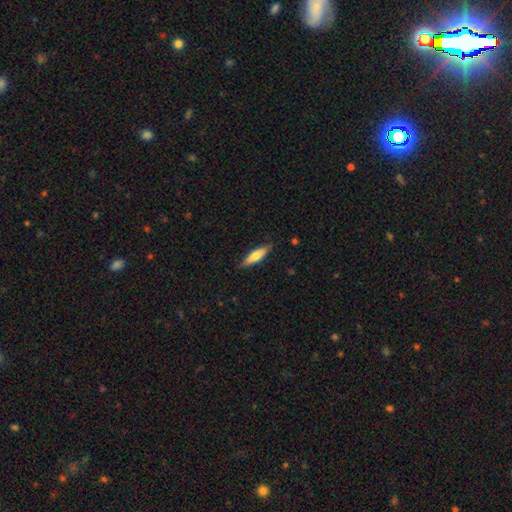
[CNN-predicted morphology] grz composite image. It shows a smooth galaxy with no disk features (65%) that is cigar-shaped (63%). Merging: none (86%).